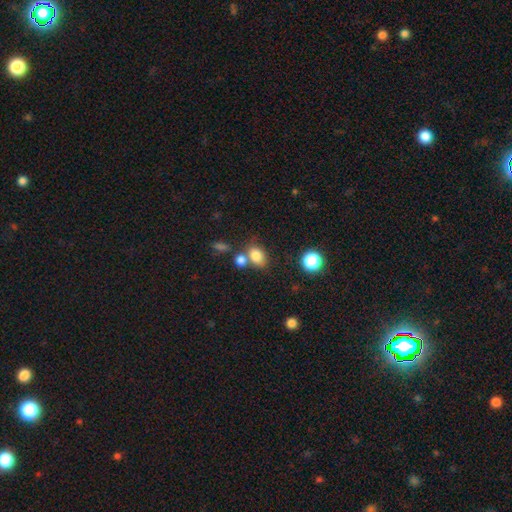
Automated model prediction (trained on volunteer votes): Overall: smooth (81%). How rounded: in between (70%). Merging: none (51%; merger 30%).